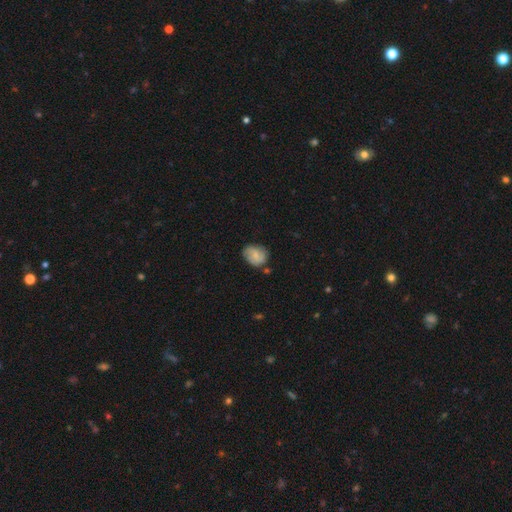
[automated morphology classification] type=smooth (60%); roundness=round (51%); merging=none (66%).